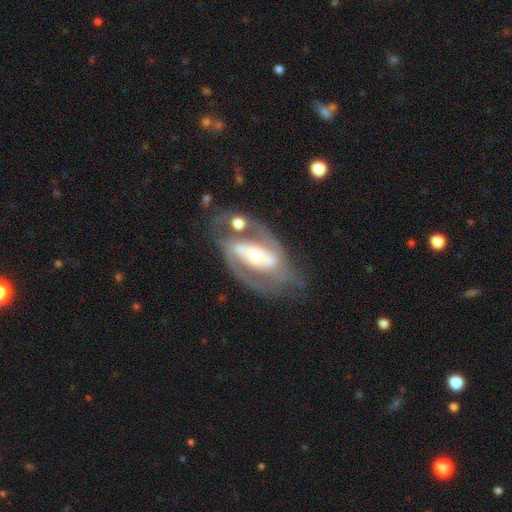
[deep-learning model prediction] A featured or disk galaxy (86%) with a strong bar (50%), 2 (83%) medium (49%) spiral arms (89%) and a moderate central bulge (51%).

Vote fractions:
- Smooth or featured? featured or disk: 86% / smooth: 9% / star or artifact: 6%
- Edge-on disk? no: 95% / yes: 5%
- Bar? strong: 50% / weak: 29% / no: 20%
- Spiral arms? yes: 89% / no: 11%
- Spiral winding? medium: 49% / tight: 34% / loose: 17%
- Spiral arm count? 2: 83% / can't tell: 8% / 3: 3% / 1: 3% / 4: 1% / more than 4: 1%
- Bulge size? moderate: 51% / small: 40% / large: 6% / none: 1% / dominant: 1%
- Merging? none: 60% / minor disturbance: 17% / major disturbance: 13% / merger: 9%